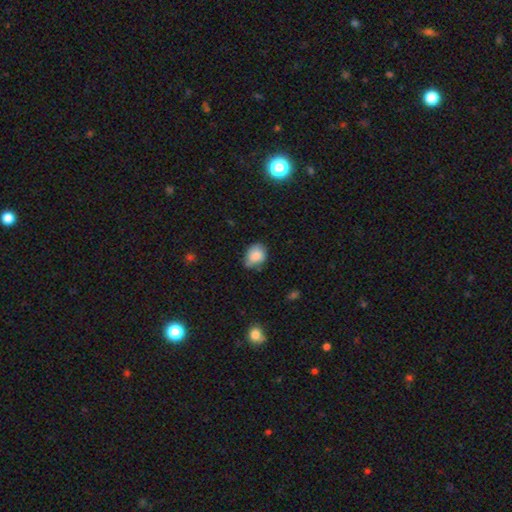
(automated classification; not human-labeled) smooth_or_featured: smooth (p=0.83) [alt: featured or disk p=0.09]
how_rounded: in between (p=0.52) [alt: round p=0.47]
merging: none (p=0.55) [alt: minor disturbance p=0.36]